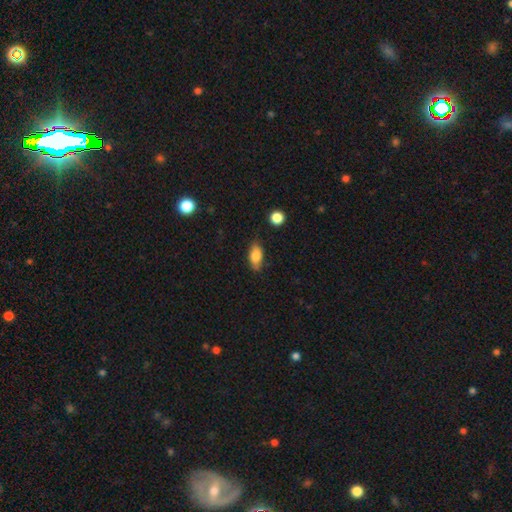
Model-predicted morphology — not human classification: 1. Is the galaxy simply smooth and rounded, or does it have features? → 81% smooth, 11% featured or disk, 8% star or artifact.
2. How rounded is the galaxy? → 85% in between, 10% cigar-shaped, 5% round.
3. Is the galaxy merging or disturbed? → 76% none, 18% minor disturbance, 4% major disturbance, 2% merger.